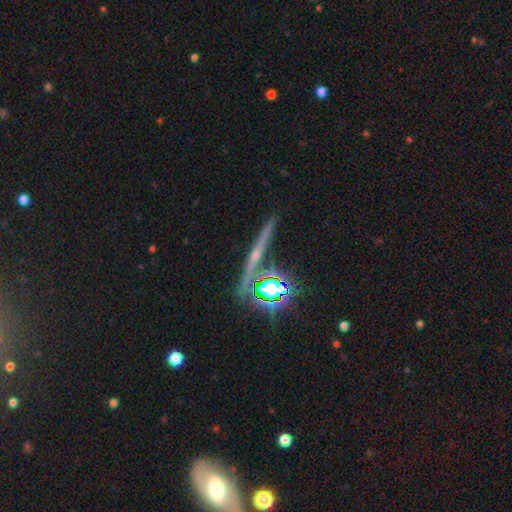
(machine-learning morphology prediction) Smooth or featured? star or artifact (50%)